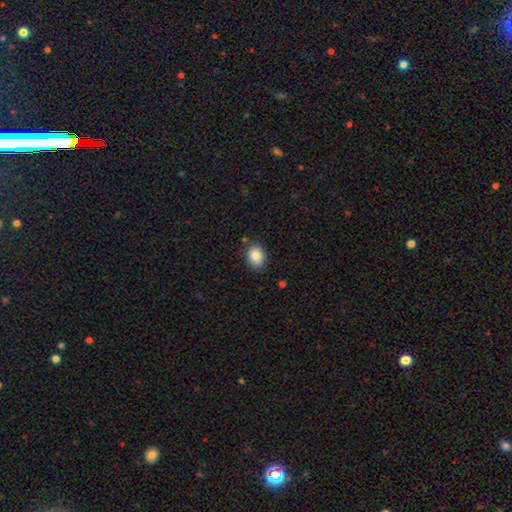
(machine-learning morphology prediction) Smooth or featured?
  - smooth: 87% *
  - star or artifact: 8%
  - featured or disk: 5%
How rounded?
  - in between: 60% *
  - round: 39%
  - cigar-shaped: 1%
Merging?
  - none: 84% *
  - minor disturbance: 11%
  - major disturbance: 3%
  - merger: 2%